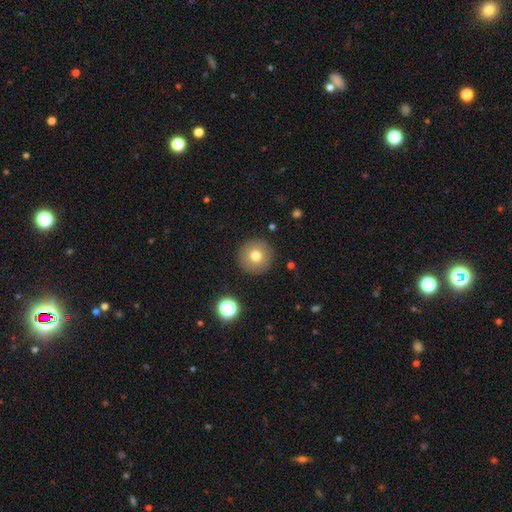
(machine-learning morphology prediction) Q: Smooth or featured?
A: smooth (75%); runner-up: featured or disk (13%)
Q: How rounded?
A: round (96%); runner-up: in between (3%)
Q: Merging?
A: none (91%); runner-up: minor disturbance (6%)